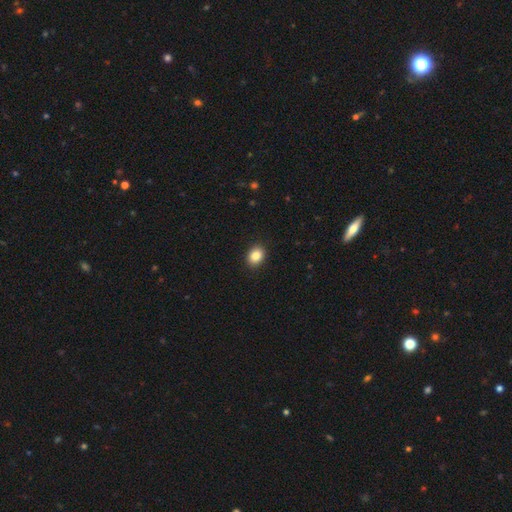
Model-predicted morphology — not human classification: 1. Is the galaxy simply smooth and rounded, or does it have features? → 85% smooth, 9% star or artifact, 5% featured or disk.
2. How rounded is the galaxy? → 56% in between, 43% round, 1% cigar-shaped.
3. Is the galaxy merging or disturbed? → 91% none, 6% minor disturbance, 2% major disturbance, 1% merger.